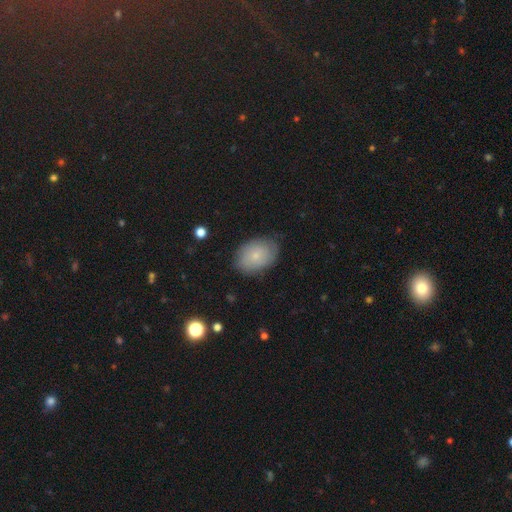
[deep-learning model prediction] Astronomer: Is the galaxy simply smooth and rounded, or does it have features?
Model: smooth — 71%.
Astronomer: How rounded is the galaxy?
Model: in between — 79%.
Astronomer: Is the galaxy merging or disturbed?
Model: none — 76%.